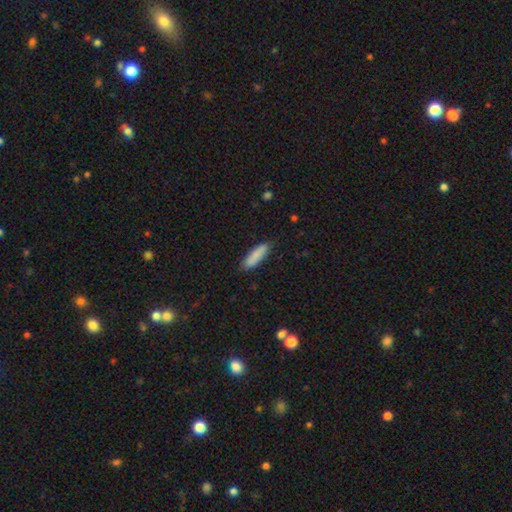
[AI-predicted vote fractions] This is clearly a smooth galaxy (85%). How rounded: likely cigar-shaped (61%). Merging: clearly none (84%).